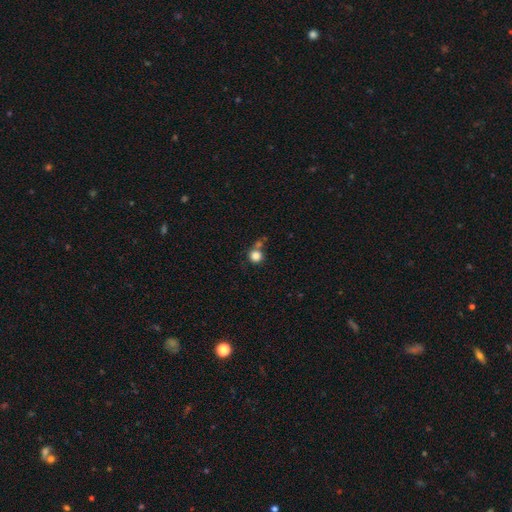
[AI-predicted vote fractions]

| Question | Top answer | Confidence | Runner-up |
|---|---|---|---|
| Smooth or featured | smooth | 83% | star or artifact (11%) |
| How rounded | round | 92% | in between (7%) |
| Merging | none | 62% | merger (22%) |